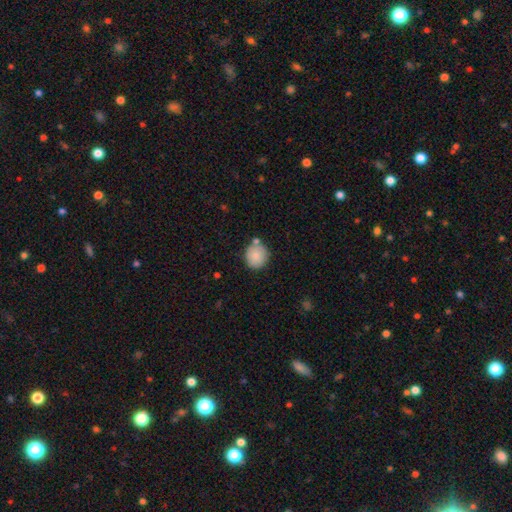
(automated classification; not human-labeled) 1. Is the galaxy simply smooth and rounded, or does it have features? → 85% smooth, 8% star or artifact, 7% featured or disk.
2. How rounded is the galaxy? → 86% round, 13% in between, 1% cigar-shaped.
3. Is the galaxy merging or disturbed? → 74% none, 13% minor disturbance, 11% merger, 3% major disturbance.